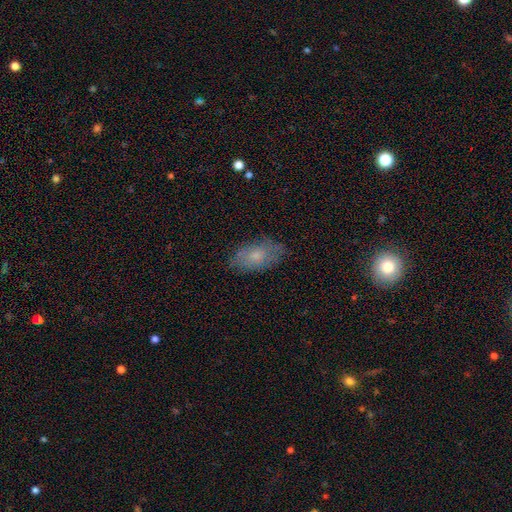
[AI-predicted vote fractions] The model was most divided on "smooth or featured": smooth: 69%, featured or disk: 22%, star or artifact: 8%. More confident: how rounded — in between (92%); merging — none (77%).